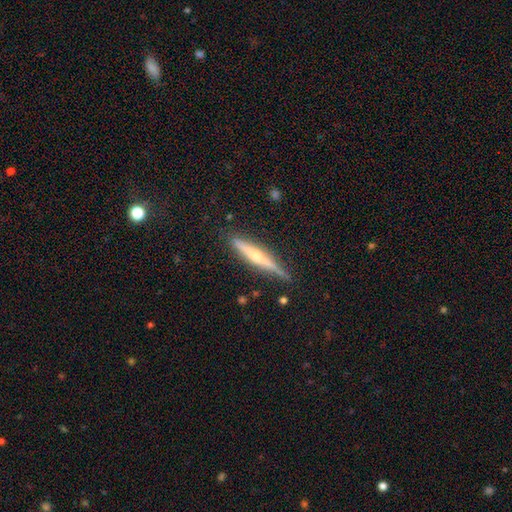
smooth-or-featured: featured or disk: 78% | smooth: 22% | star or artifact: 0%
  disk-edge-on: yes: 100% | no: 0%
    edge-on-bulge: rounded: 82% | none: 14% | boxy: 4%
  merging: none: 78% | minor disturbance: 19% | merger: 3% | major disturbance: 0%